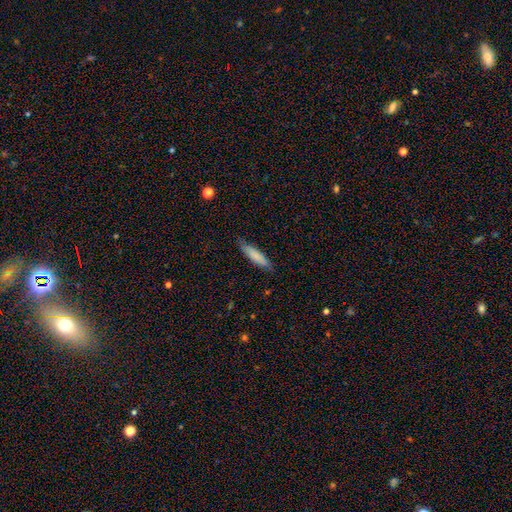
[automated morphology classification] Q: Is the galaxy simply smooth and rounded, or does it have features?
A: smooth — 81%.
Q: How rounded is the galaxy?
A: cigar-shaped — 81%.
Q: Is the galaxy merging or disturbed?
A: none — 84%.